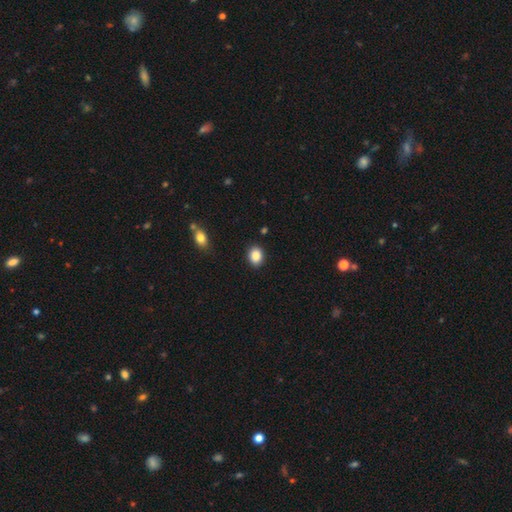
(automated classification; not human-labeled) Smooth or featured?
  - smooth: 88% *
  - star or artifact: 8%
  - featured or disk: 4%
How rounded?
  - in between: 59% *
  - round: 40%
  - cigar-shaped: 1%
Merging?
  - none: 89% *
  - minor disturbance: 8%
  - major disturbance: 2%
  - merger: 1%